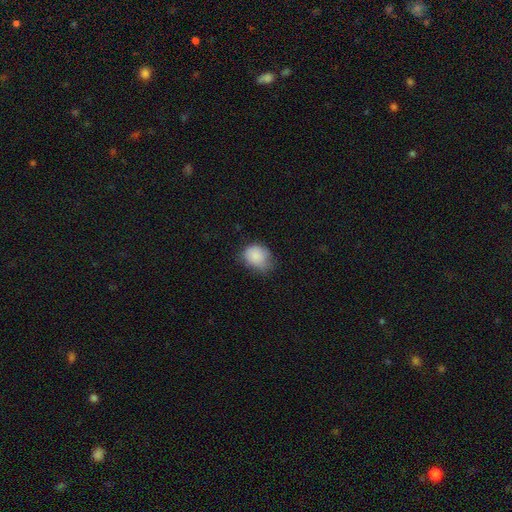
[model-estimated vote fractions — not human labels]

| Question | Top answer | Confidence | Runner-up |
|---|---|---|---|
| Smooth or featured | smooth | 85% | star or artifact (8%) |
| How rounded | in between | 50% | round (49%) |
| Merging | none | 50% | minor disturbance (38%) |